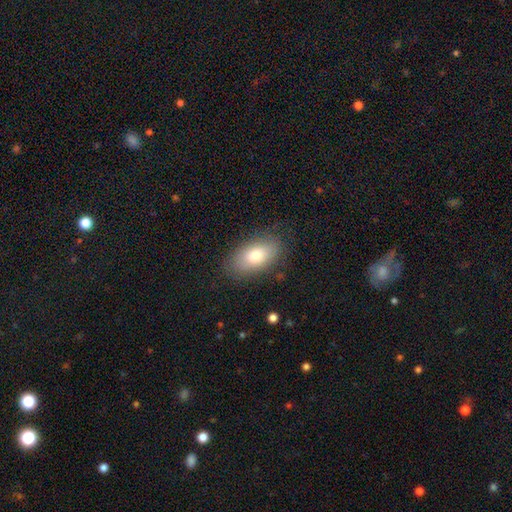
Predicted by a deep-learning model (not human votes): A smooth galaxy with no disk features (77%) that is in between round and cigar-shaped (92%).

Vote fractions:
- Smooth or featured? smooth: 77% / featured or disk: 16% / star or artifact: 7%
- How rounded? in between: 92% / round: 5% / cigar-shaped: 3%
- Merging? none: 82% / minor disturbance: 13% / major disturbance: 4% / merger: 1%